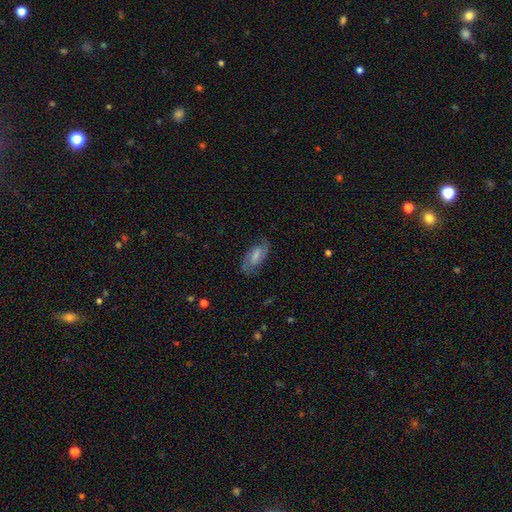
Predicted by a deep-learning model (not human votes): featured or disk 57%, smooth 35%, star or artifact 7%. Down the decision tree: edge-on disk — no (94%); bar — weak (50%); spiral arms — yes (88%); bulge size — small (33%); merging — none (76%).